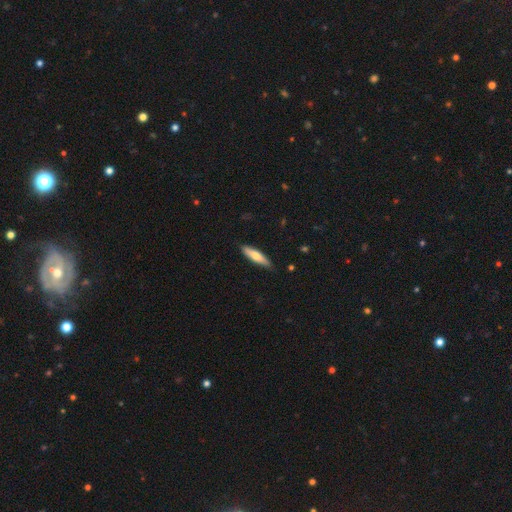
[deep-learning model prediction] Smooth or featured? smooth (67%)
How rounded? cigar-shaped (72%)
Merging? none (84%)